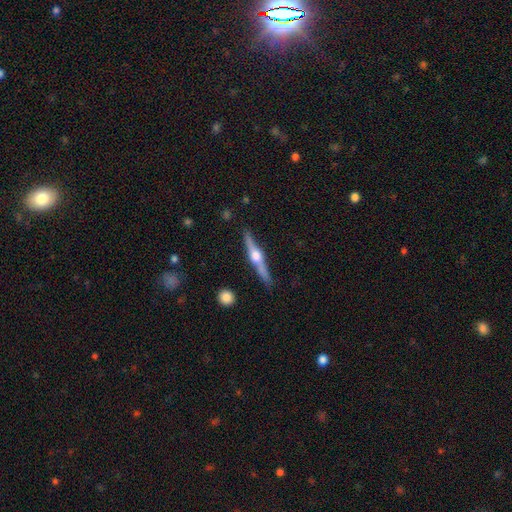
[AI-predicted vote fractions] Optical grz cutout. It shows a featured or disk galaxy (76%) viewed edge-on (98%) with a rounded central bulge (94%). Merging: none (87%).